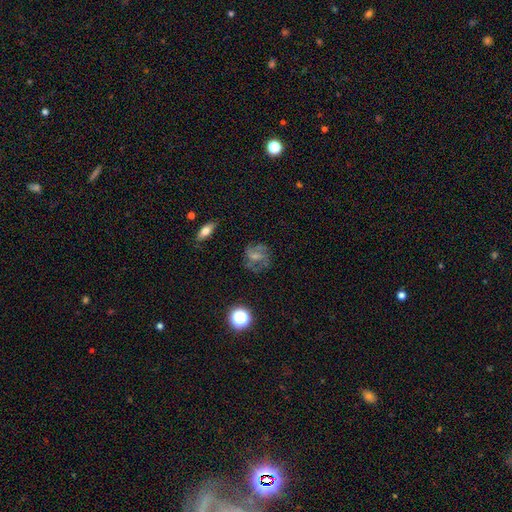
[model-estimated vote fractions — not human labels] Overall: featured or disk (51%; smooth 36%). Edge-on disk: no (96%). Merging: none (64%).